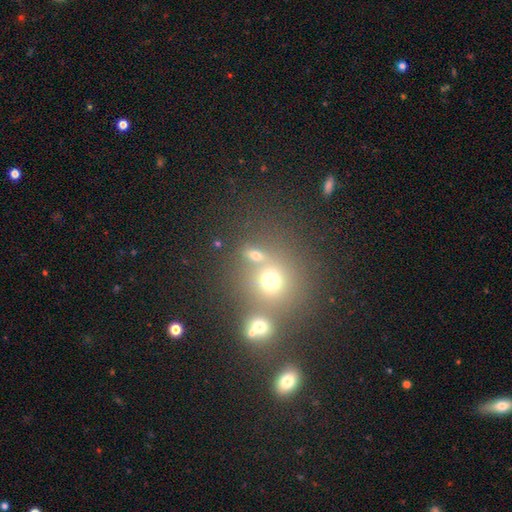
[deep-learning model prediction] This appears to be a smooth galaxy with no disk features (66%) that is round (66%). Merging: none (57%).